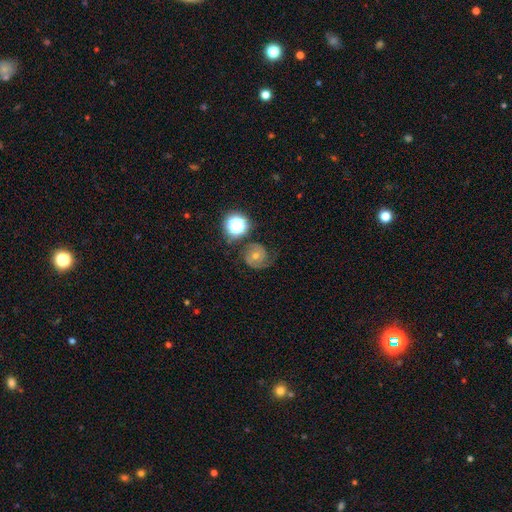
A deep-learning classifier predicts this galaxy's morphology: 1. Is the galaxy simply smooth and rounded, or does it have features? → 70% featured or disk, 16% star or artifact, 14% smooth.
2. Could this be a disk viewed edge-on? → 97% no, 3% yes.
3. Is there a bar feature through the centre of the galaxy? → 74% no, 21% weak, 5% strong.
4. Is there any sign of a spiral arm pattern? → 94% yes, 6% no.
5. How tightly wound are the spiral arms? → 56% tight, 35% medium, 8% loose.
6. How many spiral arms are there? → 67% 2, 13% can't tell, 9% 3, 6% 1, 2% 4, 2% more than 4.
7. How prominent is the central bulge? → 51% moderate, 43% small, 3% large, 2% none, 1% dominant.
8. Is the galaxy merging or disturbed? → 76% none, 14% minor disturbance, 6% major disturbance, 5% merger.